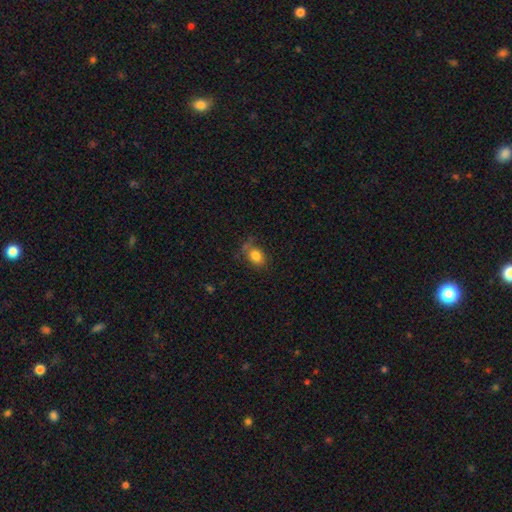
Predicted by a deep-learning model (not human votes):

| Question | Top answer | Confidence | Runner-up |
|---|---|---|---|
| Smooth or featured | smooth | 82% | star or artifact (10%) |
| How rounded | in between | 62% | round (37%) |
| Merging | none | 64% | minor disturbance (23%) |